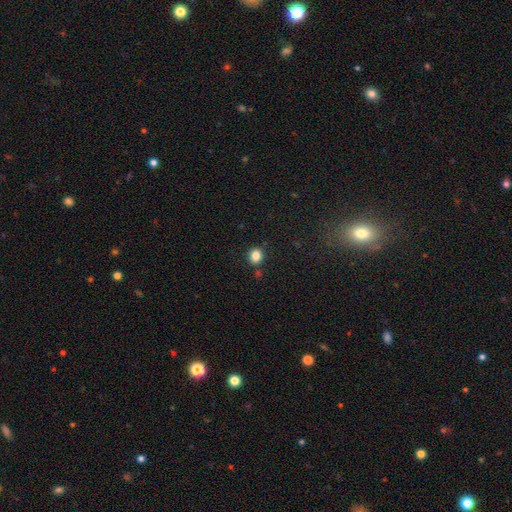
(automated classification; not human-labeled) Smooth or featured?
  - smooth: 83% *
  - star or artifact: 11%
  - featured or disk: 5%
How rounded?
  - round: 68% *
  - in between: 31%
  - cigar-shaped: 1%
Merging?
  - none: 83% *
  - minor disturbance: 10%
  - merger: 5%
  - major disturbance: 3%